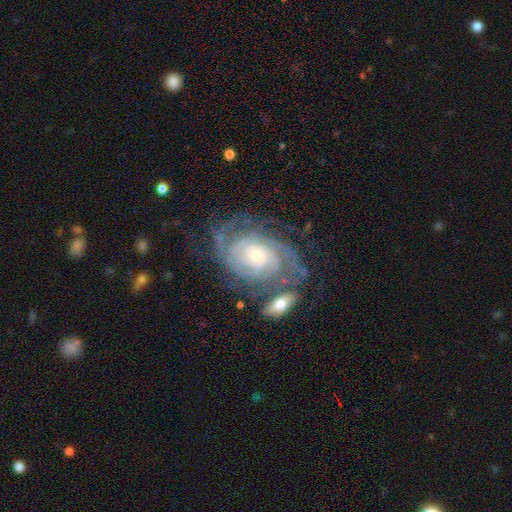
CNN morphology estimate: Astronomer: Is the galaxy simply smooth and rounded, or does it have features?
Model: featured or disk — 88%.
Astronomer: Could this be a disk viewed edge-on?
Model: no — 97%.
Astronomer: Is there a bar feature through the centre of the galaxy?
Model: no — 74%.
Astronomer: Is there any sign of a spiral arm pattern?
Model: yes — 96%.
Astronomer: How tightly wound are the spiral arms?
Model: tight — 71%.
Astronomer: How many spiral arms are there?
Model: can't tell — 30% (runner-up: 2, 22%).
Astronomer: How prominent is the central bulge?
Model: small — 66%.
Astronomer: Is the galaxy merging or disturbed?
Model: none — 60%.